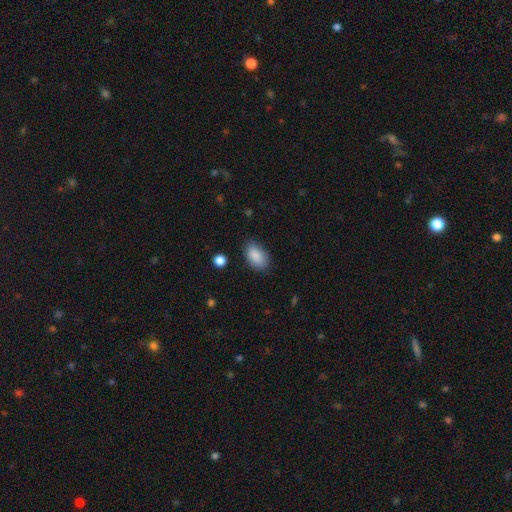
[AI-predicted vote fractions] Q: Smooth or featured?
A: smooth (88%); runner-up: star or artifact (7%)
Q: How rounded?
A: in between (90%); runner-up: round (8%)
Q: Merging?
A: none (76%); runner-up: minor disturbance (18%)